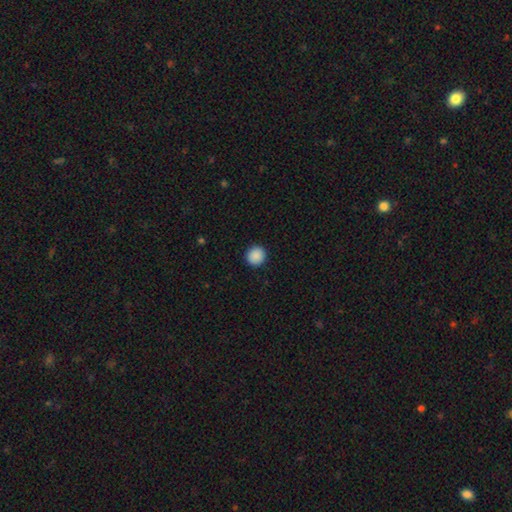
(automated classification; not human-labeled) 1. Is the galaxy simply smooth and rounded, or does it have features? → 89% smooth, 8% star or artifact, 2% featured or disk.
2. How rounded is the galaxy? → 94% round, 6% in between, 1% cigar-shaped.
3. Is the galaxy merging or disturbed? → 93% none, 5% minor disturbance, 2% major disturbance, 1% merger.